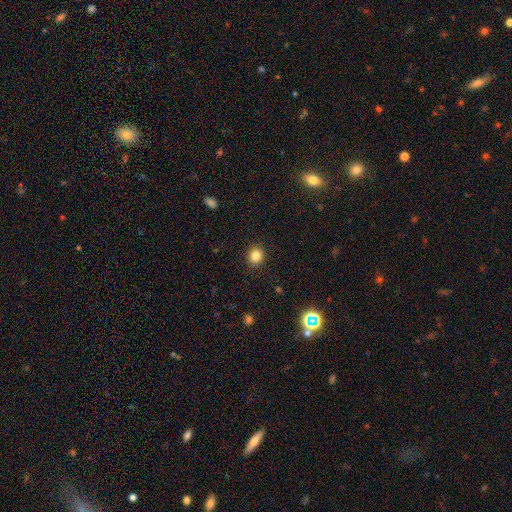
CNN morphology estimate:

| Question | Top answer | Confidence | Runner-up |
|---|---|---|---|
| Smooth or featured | smooth | 83% | star or artifact (12%) |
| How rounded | round | 83% | in between (16%) |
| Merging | none | 91% | minor disturbance (6%) |